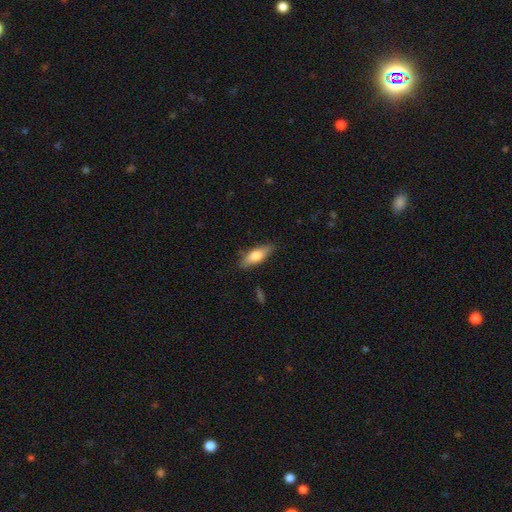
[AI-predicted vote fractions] This is likely a smooth galaxy (71%). How rounded: likely in between (65%). Merging: clearly none (81%).